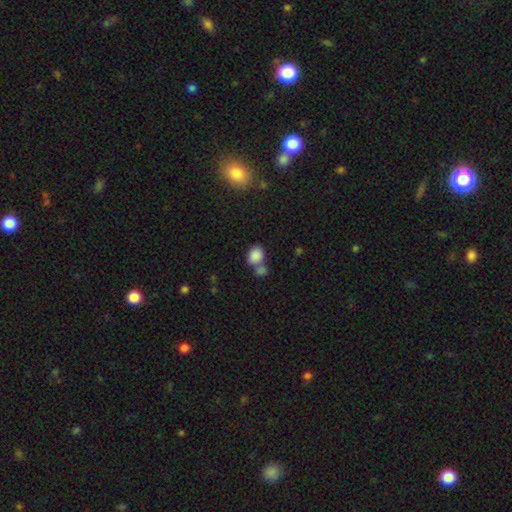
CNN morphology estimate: smooth-or-featured: smooth: 85% | star or artifact: 9% | featured or disk: 6%
  how-rounded: round: 56% | in between: 43% | cigar-shaped: 1%
  merging: merger: 43% | none: 42% | minor disturbance: 11% | major disturbance: 5%